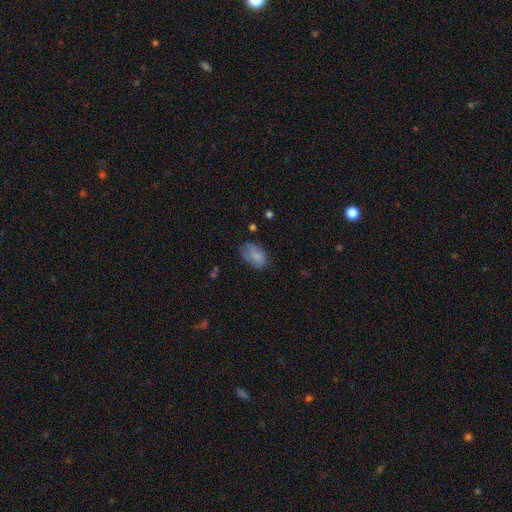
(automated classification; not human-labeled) Q: Smooth or featured?
A: smooth (80%); runner-up: featured or disk (12%)
Q: How rounded?
A: in between (90%); runner-up: round (8%)
Q: Merging?
A: none (61%); runner-up: minor disturbance (28%)